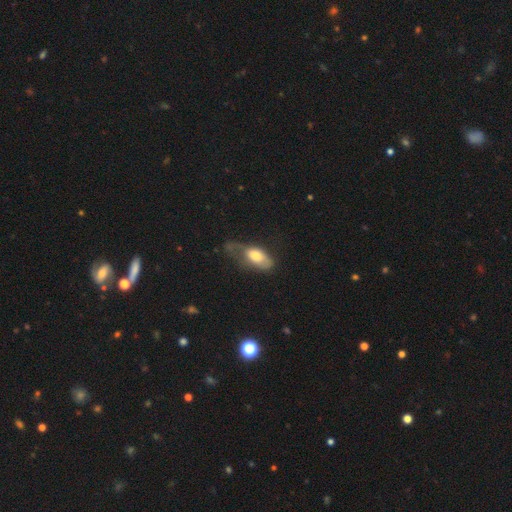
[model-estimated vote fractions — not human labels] Smooth or featured?
  - smooth: 62% *
  - featured or disk: 31%
  - star or artifact: 7%
How rounded?
  - in between: 86% *
  - cigar-shaped: 10%
  - round: 5%
Merging?
  - major disturbance: 46% *
  - minor disturbance: 28%
  - none: 23%
  - merger: 3%